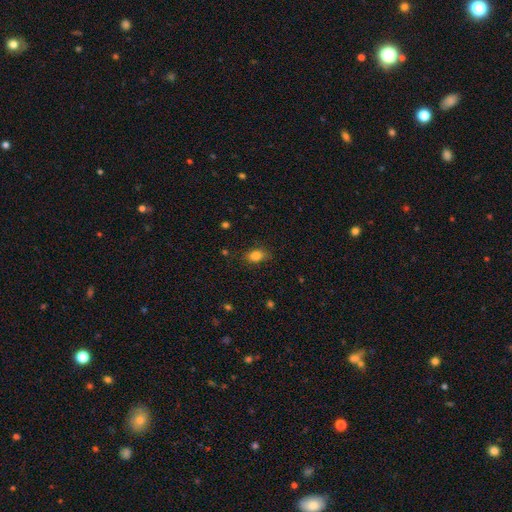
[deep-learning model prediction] Morphology: type=smooth (84%); roundness=in between (77%); merging=none (82%).